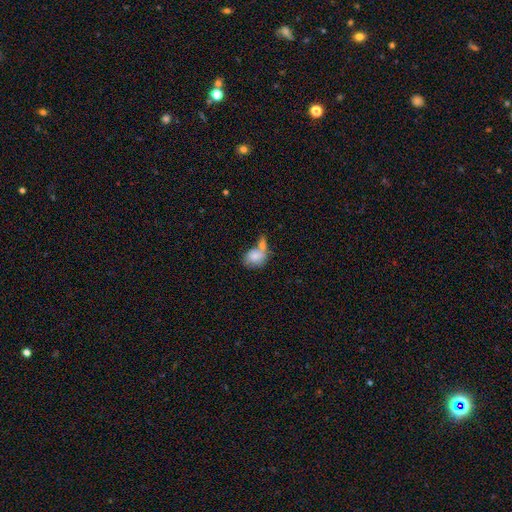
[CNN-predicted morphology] This is likely a smooth galaxy (75%). How rounded: possibly in between (52%). Merging: possibly merger (52%).